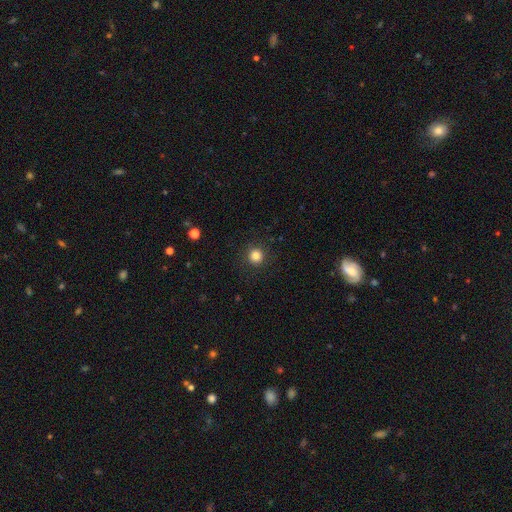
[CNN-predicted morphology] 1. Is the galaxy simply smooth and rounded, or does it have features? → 84% smooth, 12% star or artifact, 4% featured or disk.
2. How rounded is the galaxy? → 94% round, 5% in between, 1% cigar-shaped.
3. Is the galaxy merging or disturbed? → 90% none, 6% minor disturbance, 3% major disturbance, 1% merger.